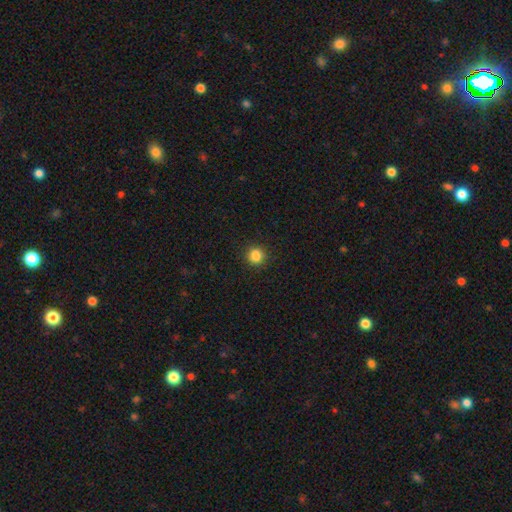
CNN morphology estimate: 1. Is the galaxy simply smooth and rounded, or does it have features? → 85% smooth, 12% star or artifact, 3% featured or disk.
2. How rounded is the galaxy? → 89% round, 10% in between, 1% cigar-shaped.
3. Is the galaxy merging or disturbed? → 90% none, 7% minor disturbance, 2% major disturbance, 1% merger.